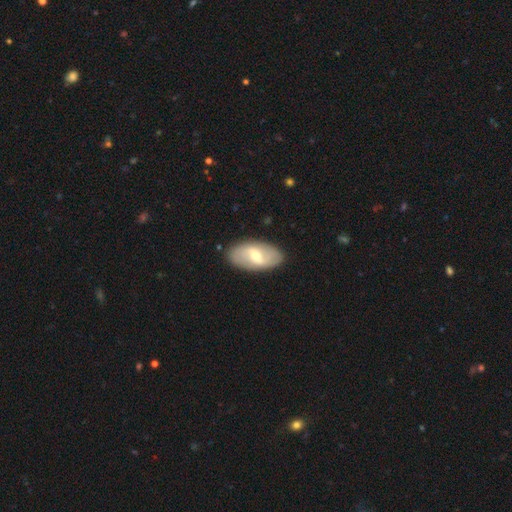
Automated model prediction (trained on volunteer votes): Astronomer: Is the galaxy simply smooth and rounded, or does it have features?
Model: featured or disk — 62%.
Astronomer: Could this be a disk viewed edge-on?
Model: no — 93%.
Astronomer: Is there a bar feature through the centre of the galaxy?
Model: weak — 53% (runner-up: strong, 30%).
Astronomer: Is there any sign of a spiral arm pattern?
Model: yes — 67%.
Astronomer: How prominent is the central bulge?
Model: moderate — 55% (runner-up: small, 40%).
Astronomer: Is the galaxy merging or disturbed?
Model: none — 87%.